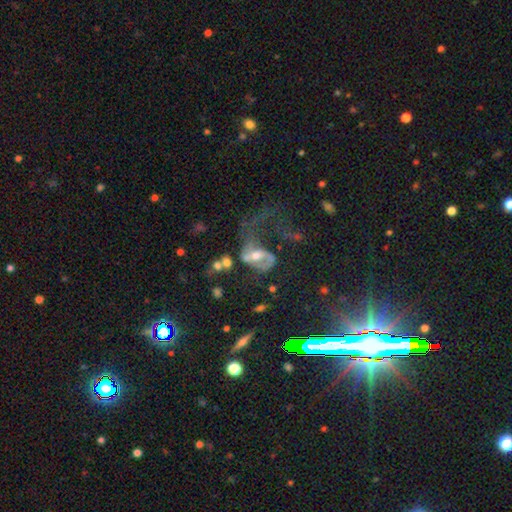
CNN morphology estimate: Smooth or featured?
  - featured or disk: 64% *
  - smooth: 26%
  - star or artifact: 10%
Edge-on disk?
  - no: 95% *
  - yes: 5%
Bar?
  - no: 48% *
  - weak: 34%
  - strong: 18%
Spiral arms?
  - yes: 62% *
  - no: 38%
Bulge size?
  - moderate: 63% *
  - small: 25%
  - large: 7%
  - none: 3%
  - dominant: 1%
Merging?
  - major disturbance: 56% *
  - none: 17%
  - merger: 16%
  - minor disturbance: 12%